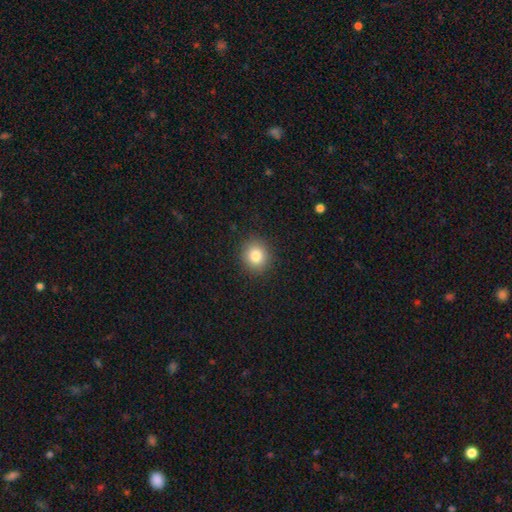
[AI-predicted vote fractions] A smooth galaxy with no disk features (83%) that is round (83%).

Vote fractions:
- Smooth or featured? smooth: 83% / star or artifact: 10% / featured or disk: 7%
- How rounded? round: 83% / in between: 16% / cigar-shaped: 1%
- Merging? none: 90% / minor disturbance: 7% / major disturbance: 2% / merger: 1%